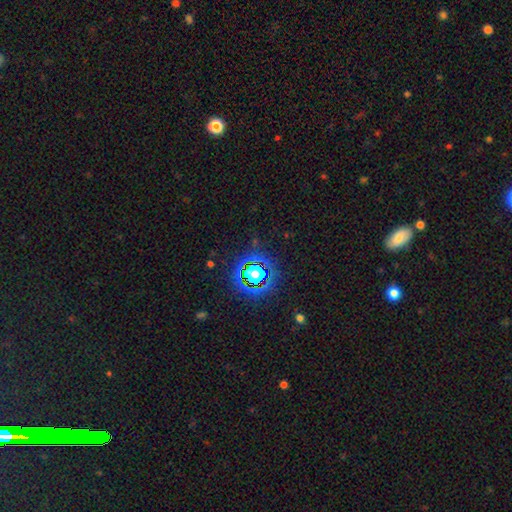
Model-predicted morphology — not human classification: Overall: star or artifact (78%).